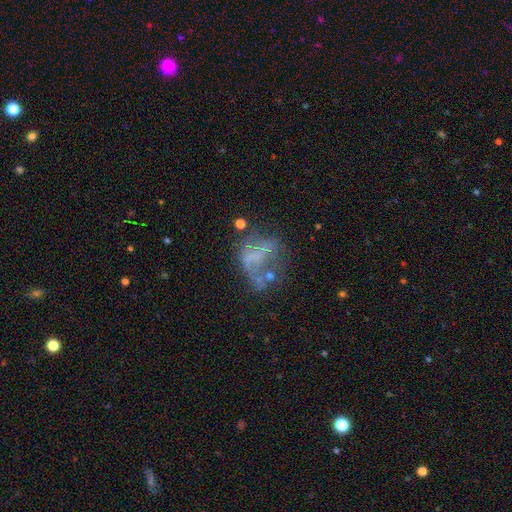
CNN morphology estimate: smooth_or_featured: featured or disk (p=0.56) [alt: smooth p=0.25]
disk_edge_on: no (p=0.98) [alt: yes p=0.02]
bar: no (p=0.81) [alt: weak p=0.13]
has_spiral_arms: no (p=0.85) [alt: yes p=0.15]
bulge_size: none (p=0.78) [alt: small p=0.11]
merging: major disturbance (p=0.39) [alt: none p=0.30]